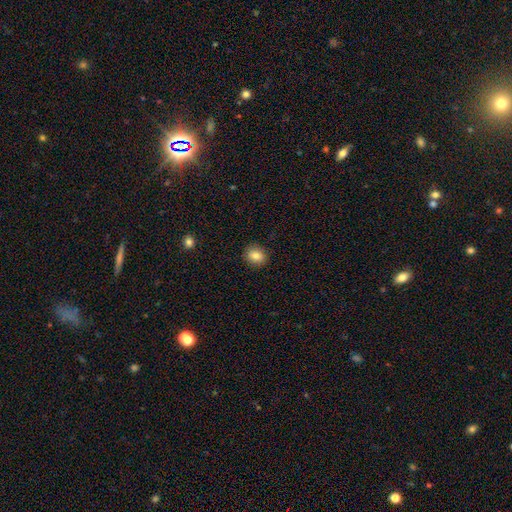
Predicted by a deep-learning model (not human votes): Smooth or featured: smooth — 84% (star or artifact — 9%)
How rounded: round — 71% (in between — 28%)
Merging: none — 90% (minor disturbance — 7%)